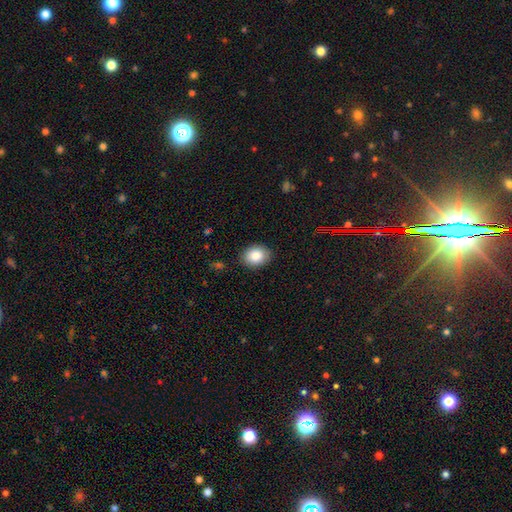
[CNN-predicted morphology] A smooth galaxy with no disk features (84%) that is in between round and cigar-shaped (56%).

Vote fractions:
- Smooth or featured? smooth: 84% / star or artifact: 9% / featured or disk: 8%
- How rounded? in between: 56% / round: 43% / cigar-shaped: 1%
- Merging? none: 88% / minor disturbance: 9% / major disturbance: 2% / merger: 1%